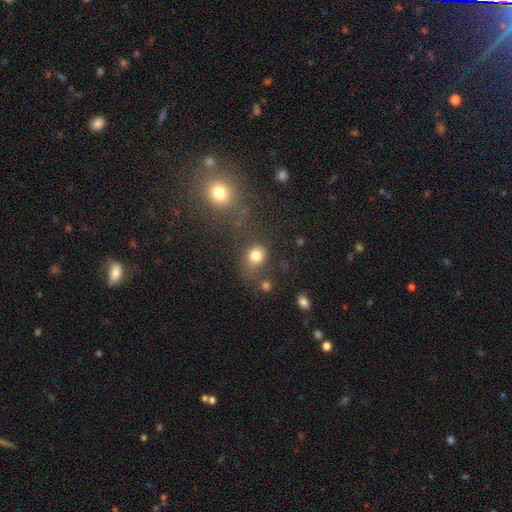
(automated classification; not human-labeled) Q: Smooth or featured?
A: smooth (79%); runner-up: star or artifact (13%)
Q: How rounded?
A: round (57%); runner-up: in between (42%)
Q: Merging?
A: none (57%); runner-up: minor disturbance (20%)